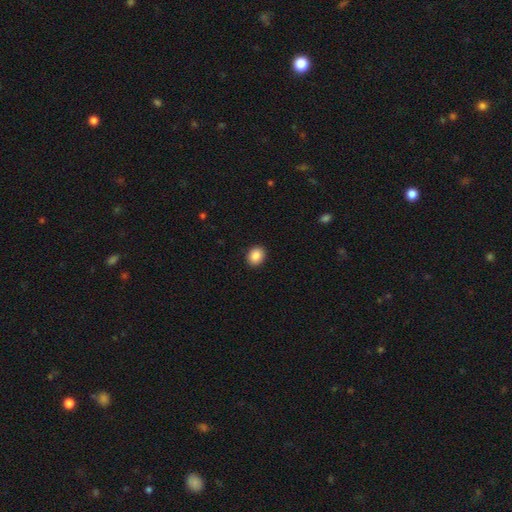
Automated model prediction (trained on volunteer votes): A smooth galaxy with no disk features (87%) that is round (54%).

Vote fractions:
- Smooth or featured? smooth: 87% / star or artifact: 8% / featured or disk: 4%
- How rounded? round: 54% / in between: 46% / cigar-shaped: 1%
- Merging? none: 91% / minor disturbance: 6% / major disturbance: 2% / merger: 1%